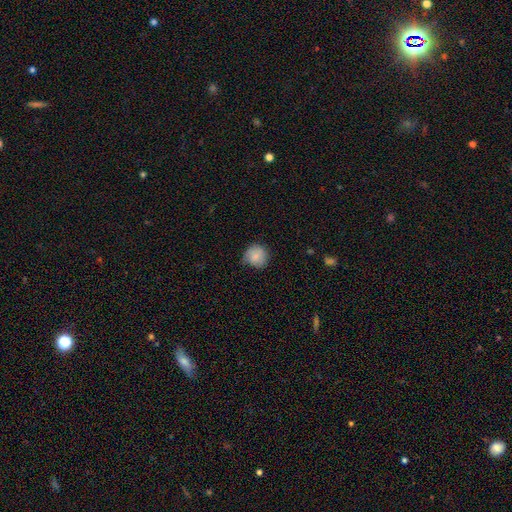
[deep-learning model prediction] Smooth or featured: smooth — 83% (featured or disk — 10%)
How rounded: round — 87% (in between — 12%)
Merging: none — 66% (minor disturbance — 27%)